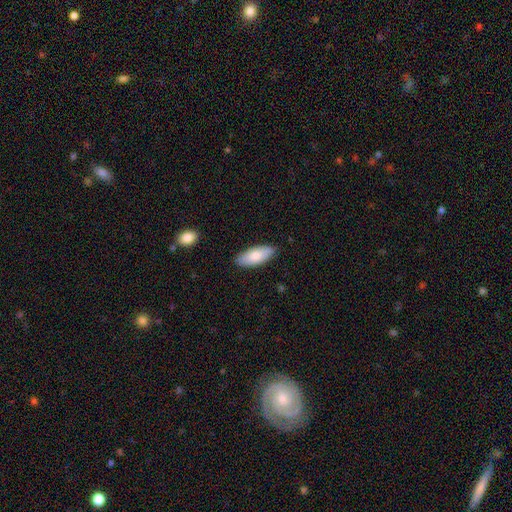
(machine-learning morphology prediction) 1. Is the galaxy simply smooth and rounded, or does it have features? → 81% smooth, 13% featured or disk, 6% star or artifact.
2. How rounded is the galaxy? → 82% in between, 16% cigar-shaped, 2% round.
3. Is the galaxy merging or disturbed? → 86% none, 11% minor disturbance, 2% major disturbance, 1% merger.